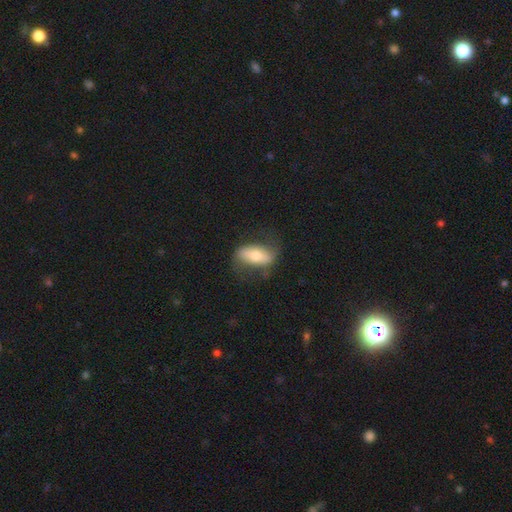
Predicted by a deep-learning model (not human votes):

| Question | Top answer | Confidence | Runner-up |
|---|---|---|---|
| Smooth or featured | smooth | 53% | featured or disk (41%) |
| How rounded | in between | 82% | cigar-shaped (13%) |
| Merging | none | 66% | minor disturbance (21%) |